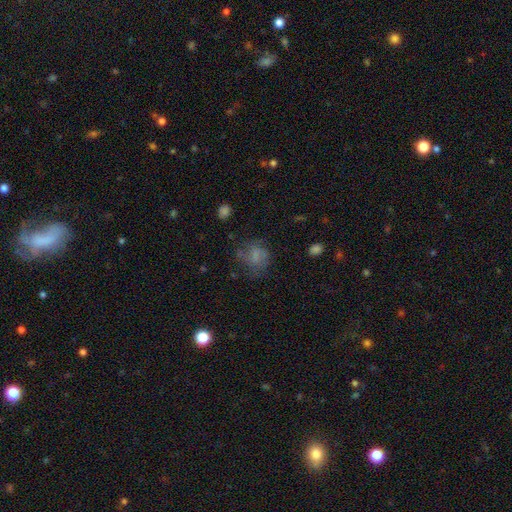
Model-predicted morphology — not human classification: Q: Smooth or featured?
A: smooth (59%); runner-up: featured or disk (26%)
Q: How rounded?
A: round (62%); runner-up: in between (37%)
Q: Merging?
A: none (51%); runner-up: major disturbance (23%)